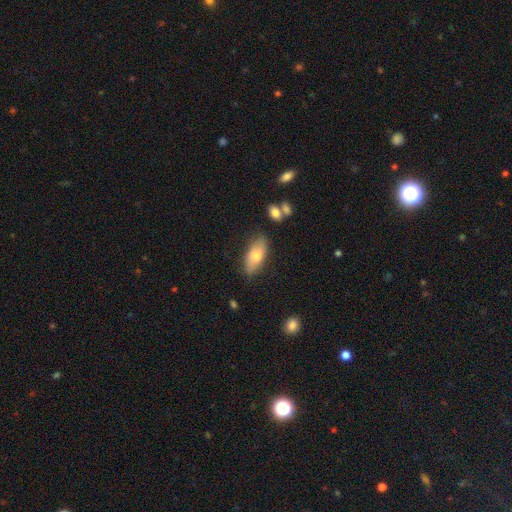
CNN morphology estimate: A smooth galaxy with no disk features (72%) that is in between round and cigar-shaped (85%). Merging: none (79%).